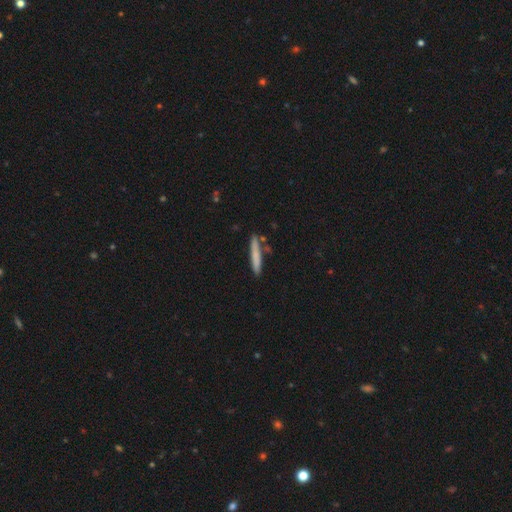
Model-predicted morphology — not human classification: type=smooth (74%); roundness=cigar-shaped (94%); merging=none (80%).